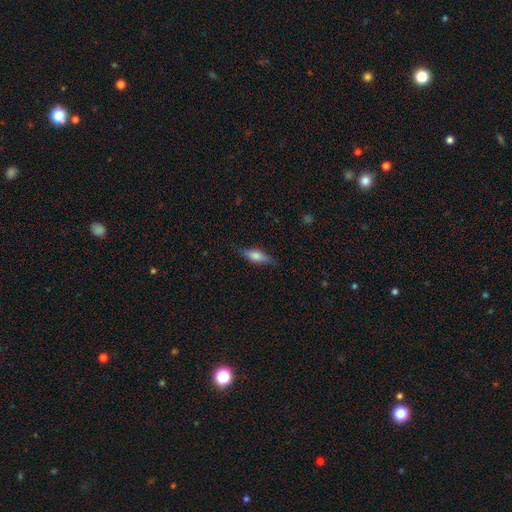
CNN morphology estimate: Q: Smooth or featured?
A: smooth (69%); runner-up: featured or disk (25%)
Q: How rounded?
A: in between (60%); runner-up: cigar-shaped (37%)
Q: Merging?
A: none (79%); runner-up: minor disturbance (17%)